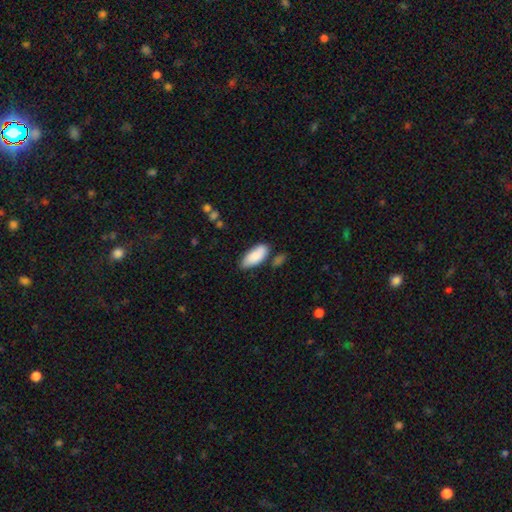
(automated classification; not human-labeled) smooth-or-featured: smooth: 87% | featured or disk: 7% | star or artifact: 6%
  how-rounded: in between: 87% | cigar-shaped: 11% | round: 2%
  merging: none: 70% | minor disturbance: 20% | merger: 7% | major disturbance: 4%